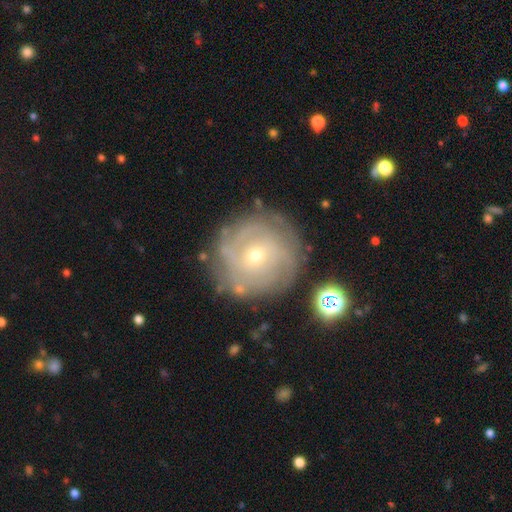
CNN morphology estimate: Overall: featured or disk (71%). Edge-on disk: no (97%). Bar: no (70%). Spiral arms: yes (84%). Spiral arm count: can't tell (46%; 2 18%). Spiral winding: tight (69%). Bulge size: small (53%; moderate 44%). Merging: none (77%).